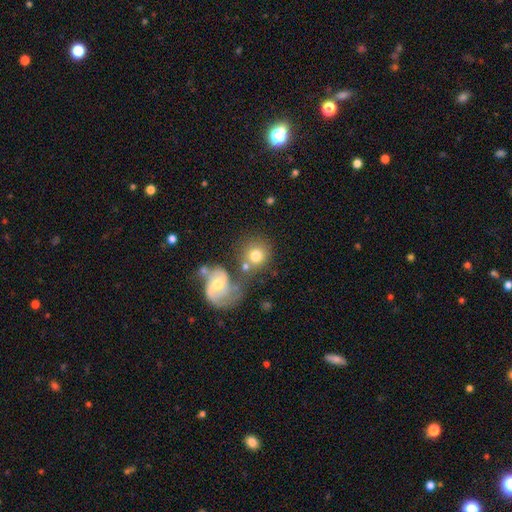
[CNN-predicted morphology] The model was most divided on "merging": none: 47%, merger: 33%, minor disturbance: 12%, major disturbance: 8%. More confident: how rounded — round (81%); smooth or featured — smooth (68%).